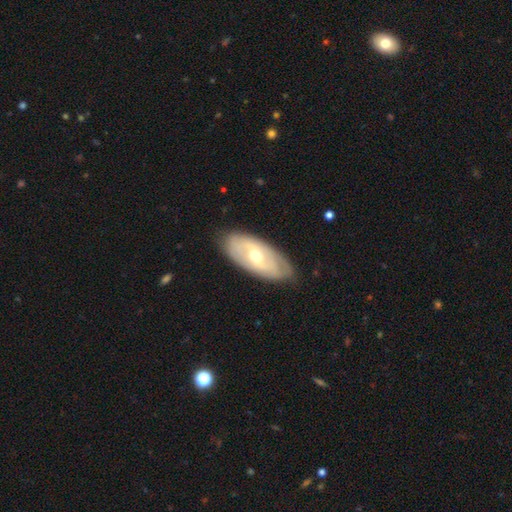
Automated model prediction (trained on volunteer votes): Smooth or featured?
  - featured or disk: 65% *
  - smooth: 30%
  - star or artifact: 5%
Edge-on disk?
  - no: 89% *
  - yes: 11%
Bar?
  - weak: 46% *
  - no: 31%
  - strong: 23%
Spiral arms?
  - yes: 64% *
  - no: 36%
Bulge size?
  - moderate: 61% *
  - small: 34%
  - large: 3%
  - none: 1%
  - dominant: 1%
Merging?
  - none: 82% *
  - minor disturbance: 13%
  - major disturbance: 3%
  - merger: 1%